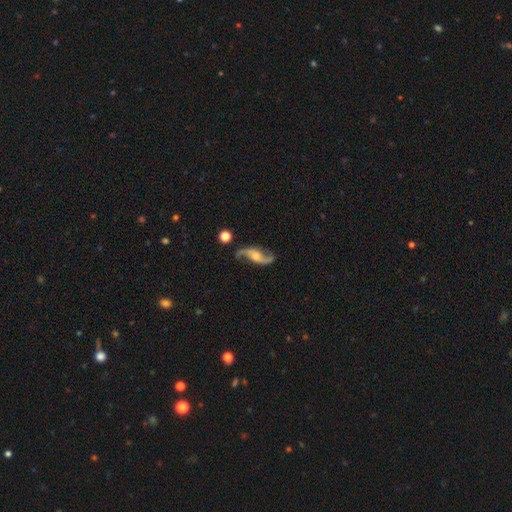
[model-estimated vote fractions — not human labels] A featured or disk galaxy (87%) with no bar (56%), 2 (93%) loose (82%) spiral arms (97%) and a small central bulge (38%, tied with moderate).

Vote fractions:
- Smooth or featured? featured or disk: 87% / smooth: 7% / star or artifact: 6%
- Edge-on disk? no: 95% / yes: 5%
- Bar? no: 56% / weak: 32% / strong: 12%
- Spiral arms? yes: 97% / no: 3%
- Spiral winding? loose: 82% / medium: 14% / tight: 4%
- Spiral arm count? 2: 93% / 1: 2% / can't tell: 2% / 3: 1% / 4: 1% / more than 4: 1%
- Bulge size? small: 38% (tied) / moderate: 38% (tied) / none: 15% / large: 7% / dominant: 2%
- Merging? none: 75% / minor disturbance: 14% / major disturbance: 7% / merger: 4%